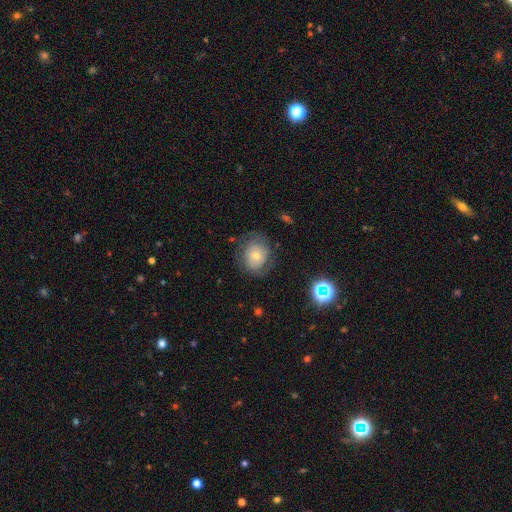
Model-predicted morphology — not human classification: Smooth or featured? Predicted: smooth (p=0.44). Merging? Predicted: none (p=0.69).